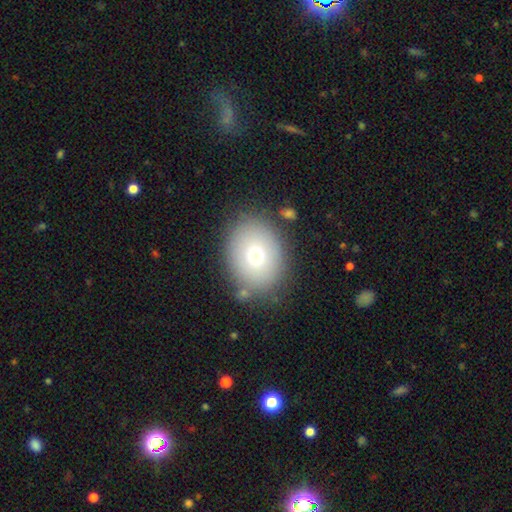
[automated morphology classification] Smooth or featured?
  - smooth: 72% *
  - featured or disk: 17%
  - star or artifact: 11%
How rounded?
  - in between: 51% *
  - round: 48%
  - cigar-shaped: 1%
Merging?
  - none: 81% *
  - minor disturbance: 11%
  - major disturbance: 4%
  - merger: 3%